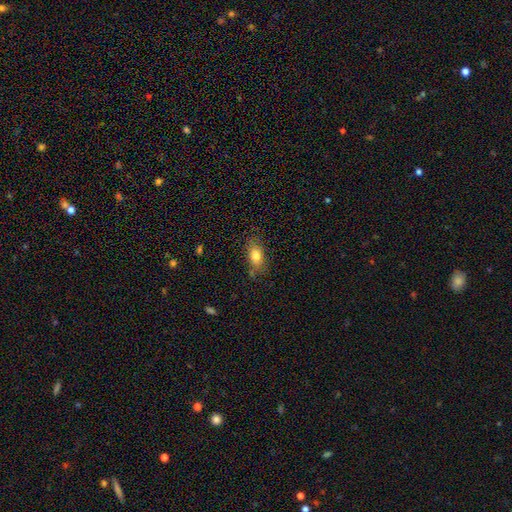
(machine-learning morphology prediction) Smooth or featured? Predicted: smooth (p=0.80). How rounded? Predicted: in between (p=0.85). Merging? Predicted: none (p=0.75).